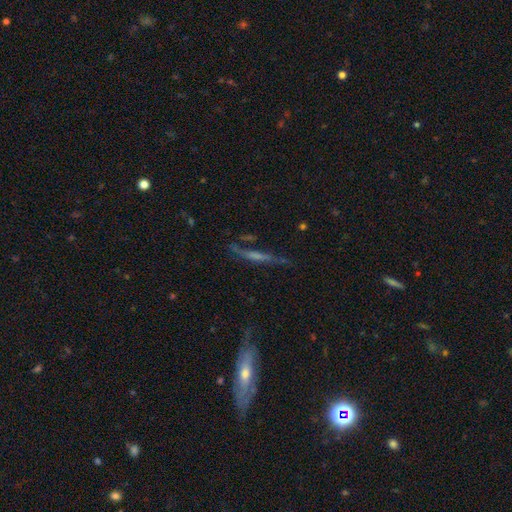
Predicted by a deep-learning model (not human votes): A featured or disk galaxy (60%) viewed edge-on (82%).

Vote fractions:
- Smooth or featured? featured or disk: 60% / smooth: 27% / star or artifact: 13%
- Edge-on disk? yes: 82% / no: 18%
- Merging? none: 62% / minor disturbance: 19% / major disturbance: 12% / merger: 6%